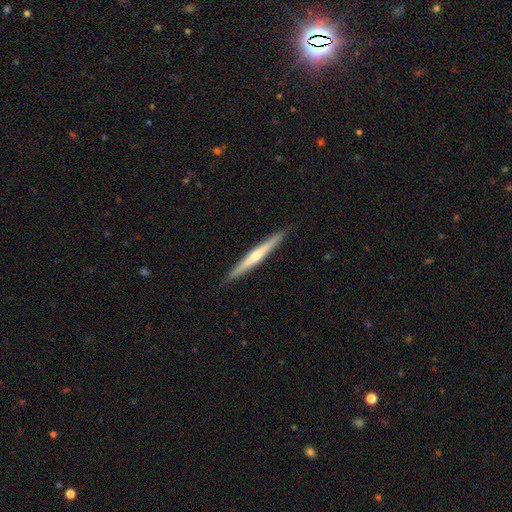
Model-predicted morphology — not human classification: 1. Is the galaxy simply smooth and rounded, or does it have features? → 62% featured or disk, 33% smooth, 5% star or artifact.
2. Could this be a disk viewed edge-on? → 98% yes, 2% no.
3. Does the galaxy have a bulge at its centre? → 68% rounded, 26% none, 6% boxy.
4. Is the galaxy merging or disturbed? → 92% none, 6% minor disturbance, 1% major disturbance, 1% merger.